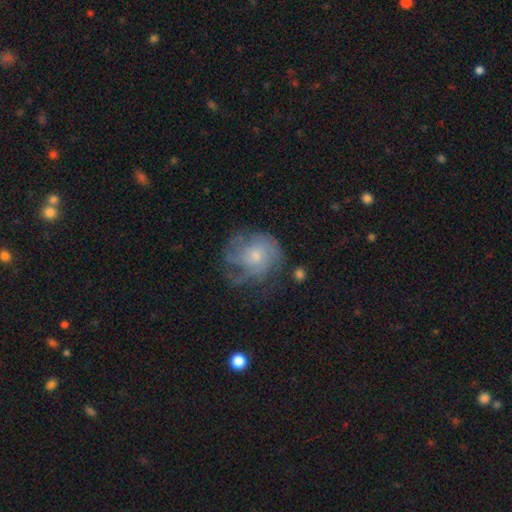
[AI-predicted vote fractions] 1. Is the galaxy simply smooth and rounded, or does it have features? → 63% featured or disk, 28% smooth, 9% star or artifact.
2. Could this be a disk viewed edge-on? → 98% no, 2% yes.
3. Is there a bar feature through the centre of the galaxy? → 75% no, 22% weak, 2% strong.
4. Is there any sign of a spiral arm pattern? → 80% yes, 20% no.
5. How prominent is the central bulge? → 46% small, 43% moderate, 6% none, 4% large, 1% dominant.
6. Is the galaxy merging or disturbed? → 54% none, 24% minor disturbance, 20% major disturbance, 2% merger.